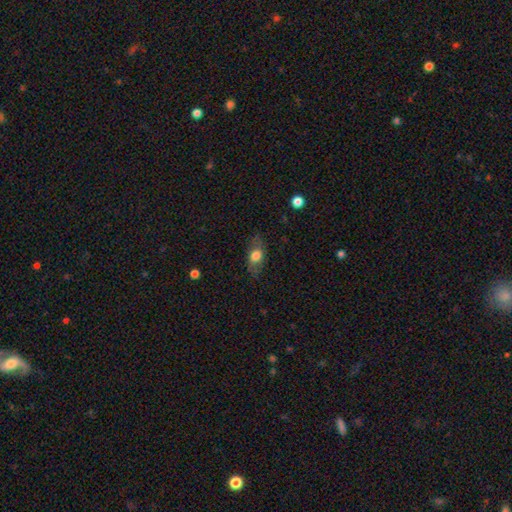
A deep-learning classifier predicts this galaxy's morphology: Q: Smooth or featured?
A: smooth (67%); runner-up: featured or disk (25%)
Q: How rounded?
A: in between (78%); runner-up: round (14%)
Q: Merging?
A: none (76%); runner-up: minor disturbance (17%)